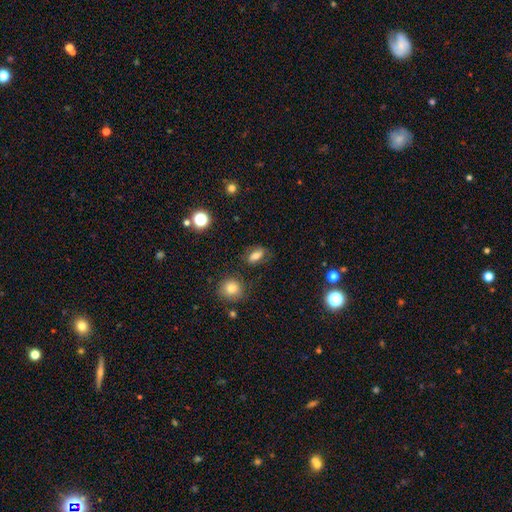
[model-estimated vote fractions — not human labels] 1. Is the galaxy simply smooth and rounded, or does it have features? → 70% smooth, 17% featured or disk, 12% star or artifact.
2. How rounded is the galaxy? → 81% in between, 12% round, 7% cigar-shaped.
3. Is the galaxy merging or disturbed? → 76% none, 15% minor disturbance, 5% major disturbance, 4% merger.